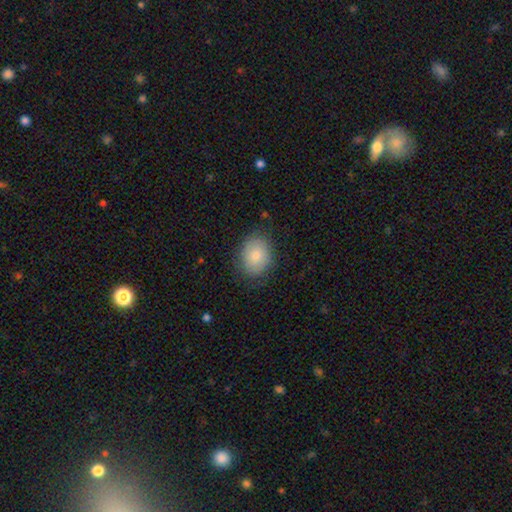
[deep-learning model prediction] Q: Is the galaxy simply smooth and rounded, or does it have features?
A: smooth — 81%.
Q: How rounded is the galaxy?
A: round — 50%.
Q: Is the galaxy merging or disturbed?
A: none — 78%.